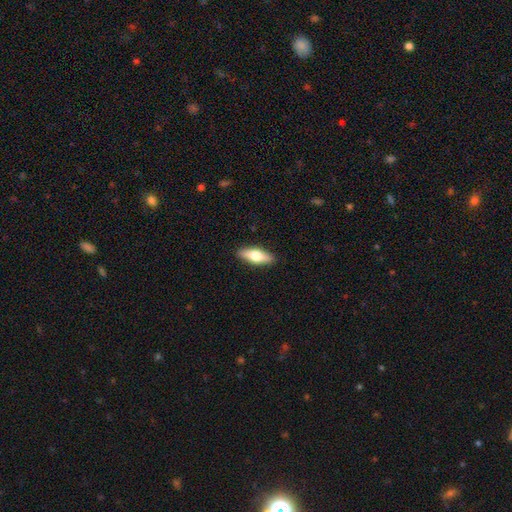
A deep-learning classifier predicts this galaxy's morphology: Q: Smooth or featured?
A: smooth (61%); runner-up: featured or disk (33%)
Q: How rounded?
A: in between (62%); runner-up: cigar-shaped (35%)
Q: Merging?
A: none (90%); runner-up: minor disturbance (8%)